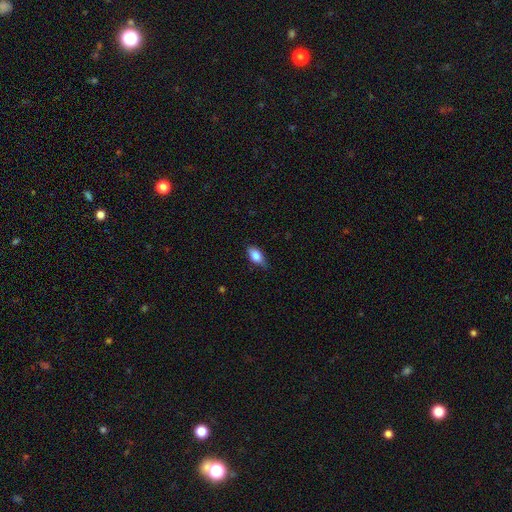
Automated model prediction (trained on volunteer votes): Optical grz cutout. It shows a smooth galaxy with no disk features (82%) that is in between round and cigar-shaped (88%). Merging: none (74%).